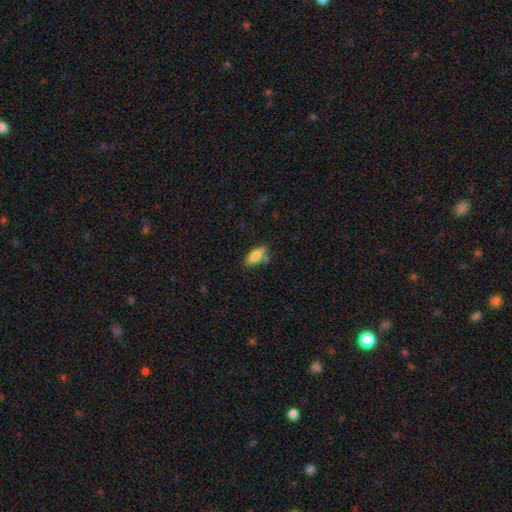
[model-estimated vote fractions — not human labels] This is likely a smooth galaxy (73%). How rounded: likely in between (73%). Merging: likely none (61%).